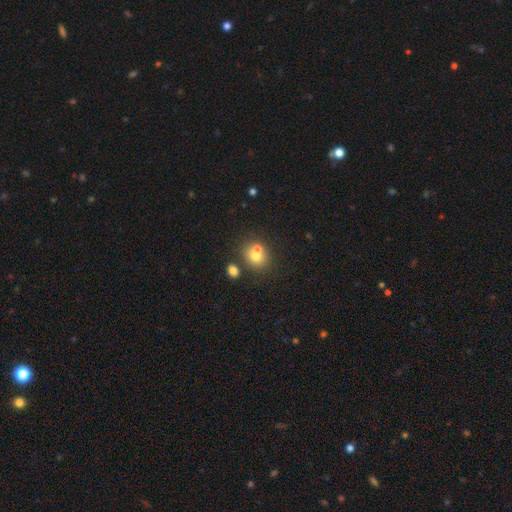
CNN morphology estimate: This is likely a smooth galaxy (69%). How rounded: likely round (74%). Merging: marginally merger (45%).